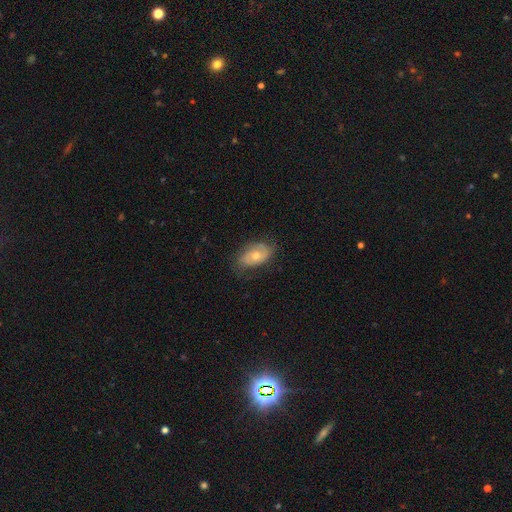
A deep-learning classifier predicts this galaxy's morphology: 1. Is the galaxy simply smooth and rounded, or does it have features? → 47% featured or disk, 46% smooth, 7% star or artifact.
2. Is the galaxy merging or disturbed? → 66% none, 25% minor disturbance, 8% major disturbance, 1% merger.